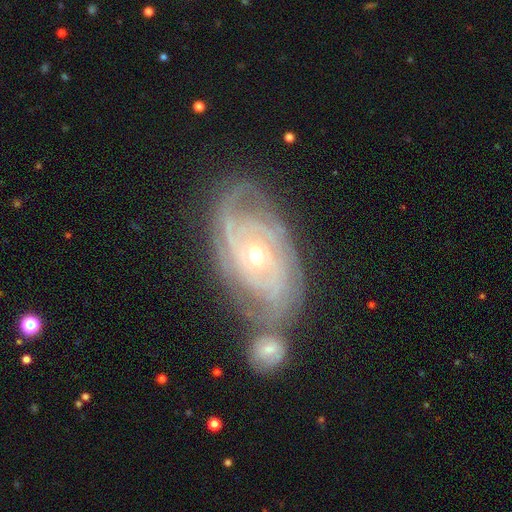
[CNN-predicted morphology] type=featured or disk (88%); edge-on=no (95%); bar=no (65%); spiral arms=yes (96%); winding=tight (72%); arm count=2 (31%); bulge=moderate (51%); merging=none (49%).